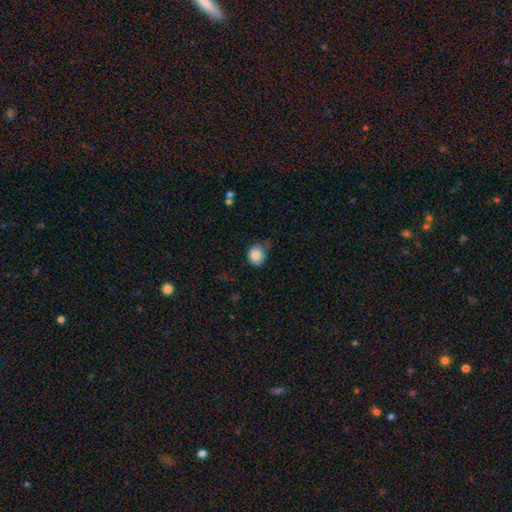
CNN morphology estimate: Smooth or featured? Predicted: smooth (p=0.86). How rounded? Predicted: round (p=0.70). Merging? Predicted: none (p=0.57).